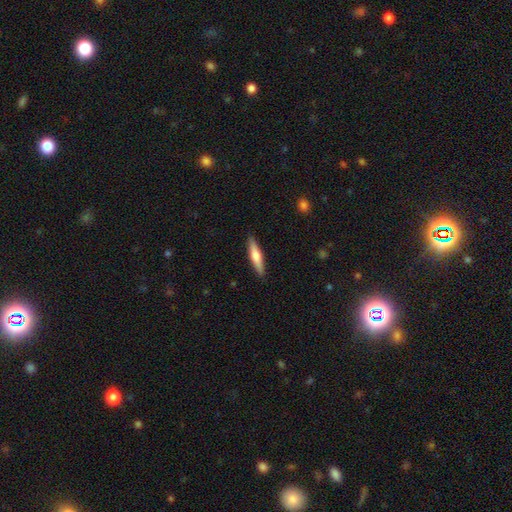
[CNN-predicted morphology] smooth 58%, featured or disk 37%, star or artifact 5%. Down the decision tree: how rounded — cigar-shaped (86%); merging — none (90%).